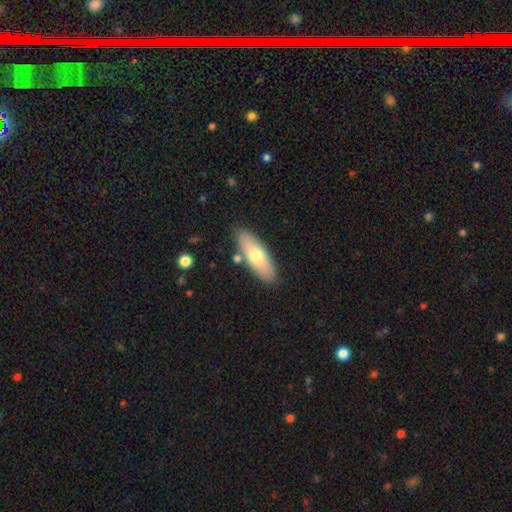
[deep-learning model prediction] A smooth galaxy with no disk features (66%) that is in between round and cigar-shaped (63%).

Vote fractions:
- Smooth or featured? smooth: 66% / featured or disk: 28% / star or artifact: 6%
- How rounded? in between: 63% / cigar-shaped: 35% / round: 2%
- Merging? none: 83% / minor disturbance: 11% / merger: 4% / major disturbance: 2%